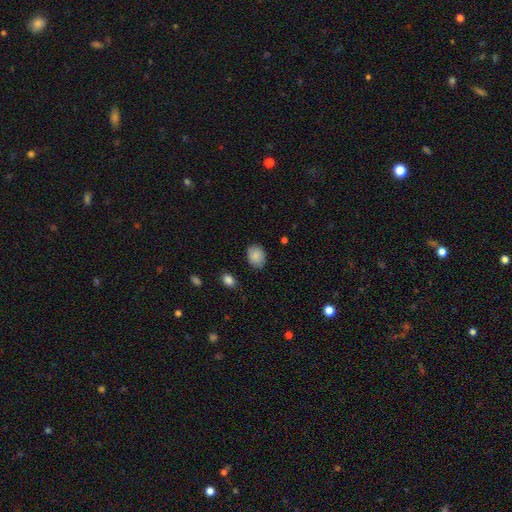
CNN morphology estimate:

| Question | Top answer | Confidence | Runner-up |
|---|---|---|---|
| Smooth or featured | smooth | 86% | star or artifact (7%) |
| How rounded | in between | 64% | round (35%) |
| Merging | none | 81% | minor disturbance (15%) |